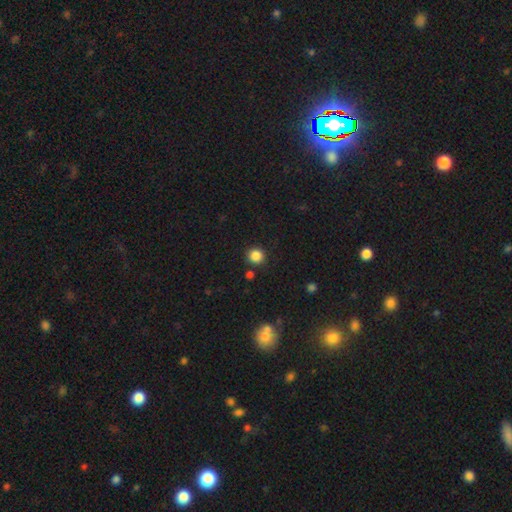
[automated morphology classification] smooth-or-featured: smooth: 85% | star or artifact: 12% | featured or disk: 3%
  how-rounded: round: 93% | in between: 6% | cigar-shaped: 1%
  merging: none: 87% | minor disturbance: 7% | merger: 3% | major disturbance: 2%